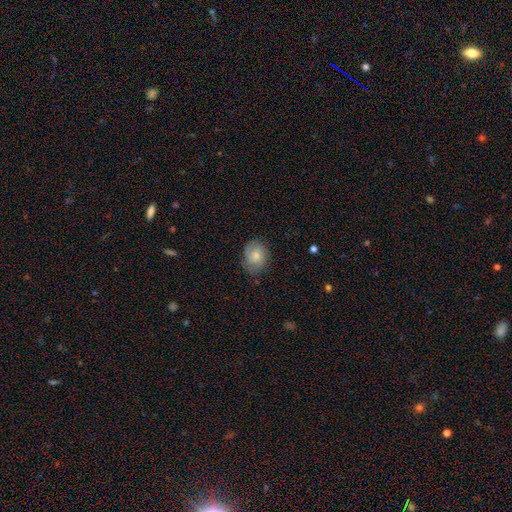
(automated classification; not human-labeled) Smooth or featured? smooth (56%)
How rounded? round (54%)
Merging? none (76%)